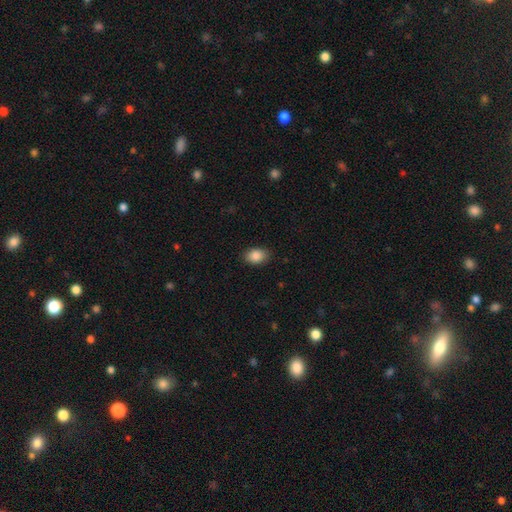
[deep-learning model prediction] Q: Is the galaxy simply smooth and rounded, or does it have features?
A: smooth — 88%.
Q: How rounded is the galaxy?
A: in between — 81%.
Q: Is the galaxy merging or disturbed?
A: none — 86%.